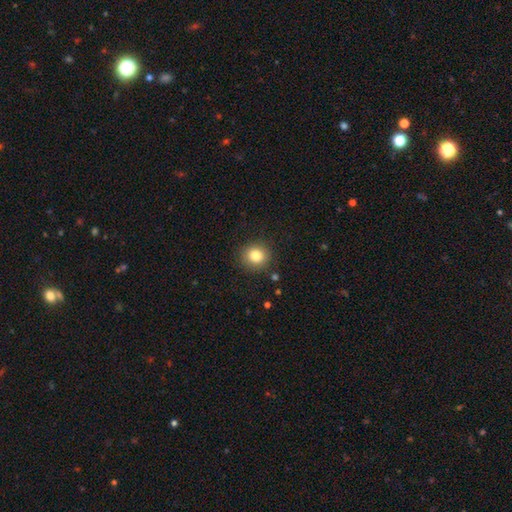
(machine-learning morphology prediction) This is clearly a smooth galaxy (82%). How rounded: clearly round (88%). Merging: clearly none (88%).